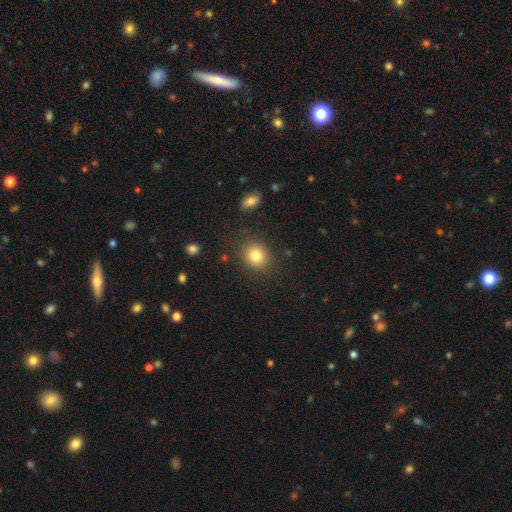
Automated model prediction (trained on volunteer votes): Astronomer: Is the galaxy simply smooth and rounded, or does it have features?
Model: smooth — 83%.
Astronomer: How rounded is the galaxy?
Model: round — 74%.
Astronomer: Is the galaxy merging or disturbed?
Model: none — 86%.